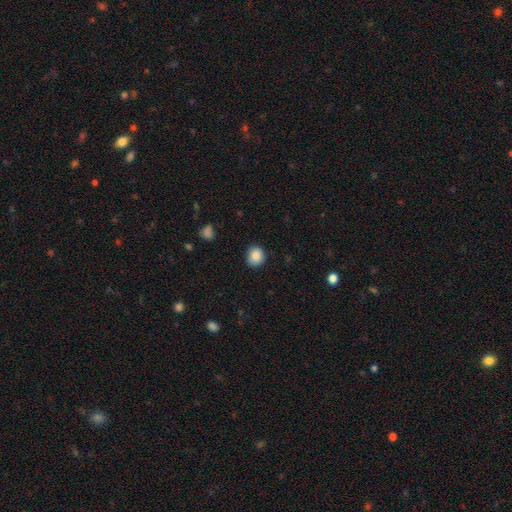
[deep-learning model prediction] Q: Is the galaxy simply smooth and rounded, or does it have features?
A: smooth — 87%.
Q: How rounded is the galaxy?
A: round — 78%.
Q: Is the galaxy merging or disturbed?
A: none — 86%.